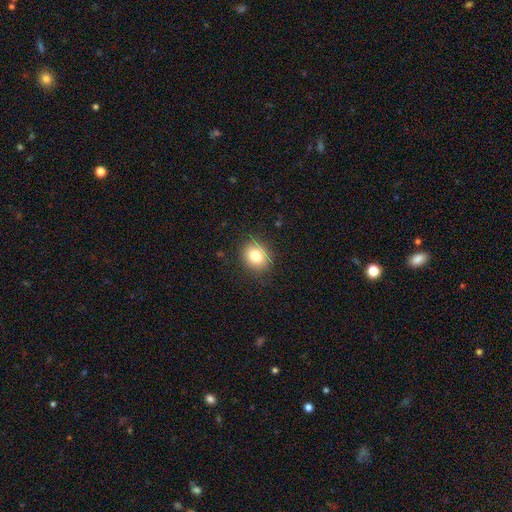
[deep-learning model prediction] Smooth or featured: smooth — 80% (star or artifact — 11%)
How rounded: round — 67% (in between — 32%)
Merging: none — 86% (minor disturbance — 10%)